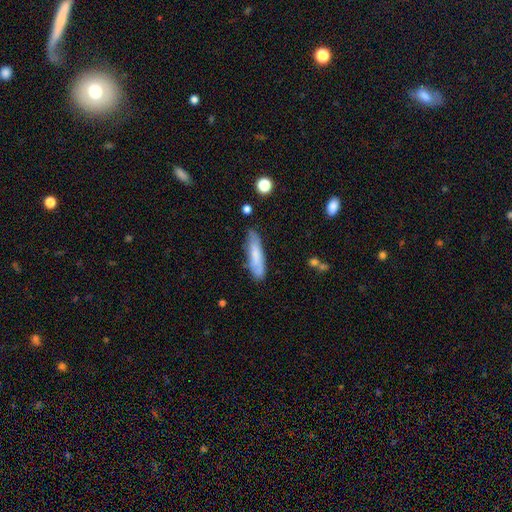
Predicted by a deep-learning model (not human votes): smooth-or-featured: smooth: 69% | featured or disk: 23% | star or artifact: 7%
  how-rounded: cigar-shaped: 75% | in between: 23% | round: 1%
  merging: none: 75% | minor disturbance: 19% | major disturbance: 4% | merger: 3%